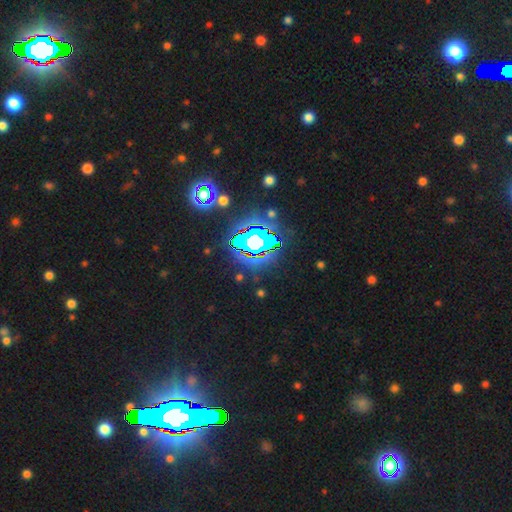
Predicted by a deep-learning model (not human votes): The model was most divided on "smooth or featured": star or artifact: 86%, smooth: 7%, featured or disk: 7%.